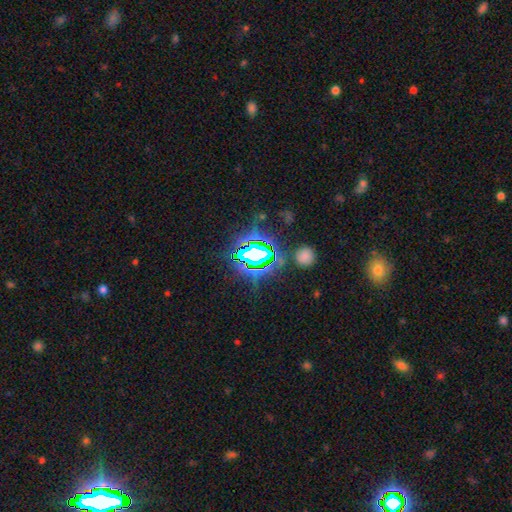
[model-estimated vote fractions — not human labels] Smooth or featured: star or artifact — 76% (smooth — 13%)